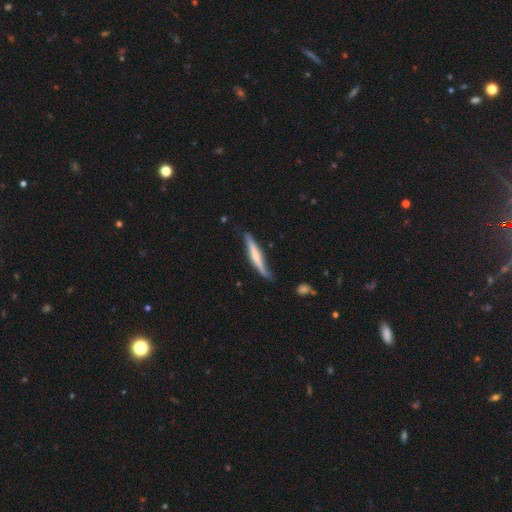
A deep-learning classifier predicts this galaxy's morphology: smooth 50%, featured or disk 45%, star or artifact 5%. Down the decision tree: merging — none (70%).